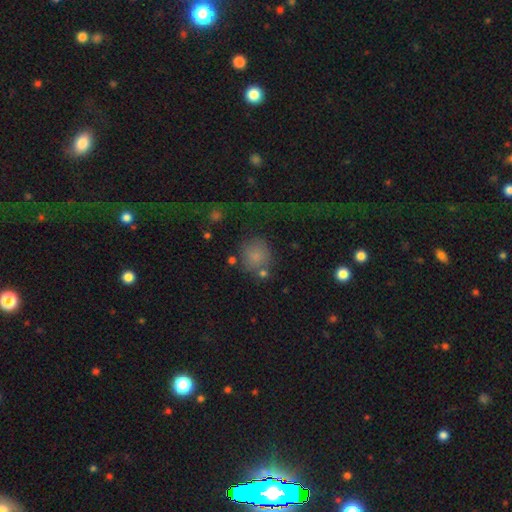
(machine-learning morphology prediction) Q: Smooth or featured?
A: smooth (77%); runner-up: star or artifact (14%)
Q: How rounded?
A: round (86%); runner-up: in between (13%)
Q: Merging?
A: none (68%); runner-up: minor disturbance (16%)